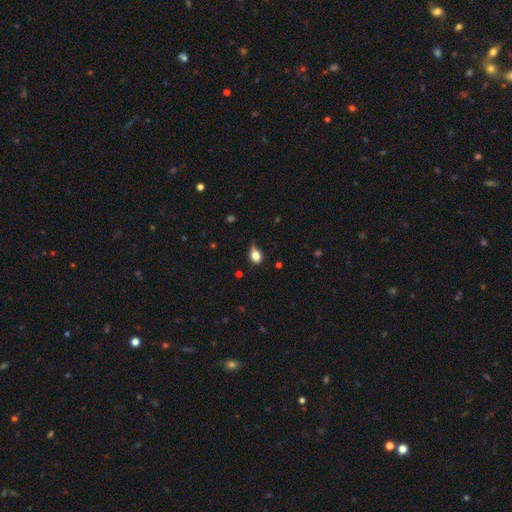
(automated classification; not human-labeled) Smooth or featured?
  - smooth: 80% *
  - star or artifact: 10%
  - featured or disk: 10%
How rounded?
  - in between: 66% *
  - round: 32%
  - cigar-shaped: 2%
Merging?
  - none: 50% *
  - minor disturbance: 38%
  - major disturbance: 10%
  - merger: 2%